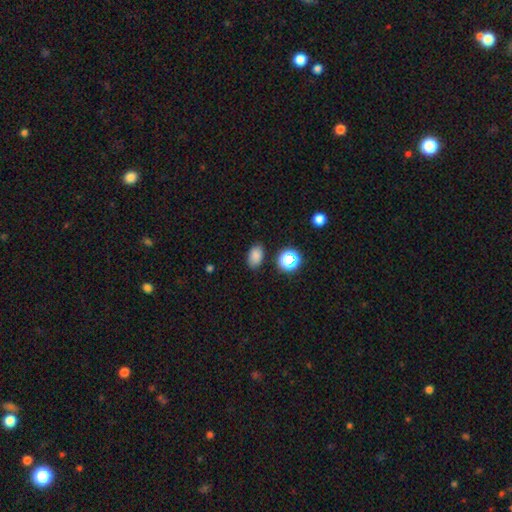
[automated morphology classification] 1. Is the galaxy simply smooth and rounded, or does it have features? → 82% smooth, 13% star or artifact, 5% featured or disk.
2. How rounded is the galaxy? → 83% in between, 15% round, 1% cigar-shaped.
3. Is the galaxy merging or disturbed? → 85% none, 10% minor disturbance, 3% major disturbance, 2% merger.